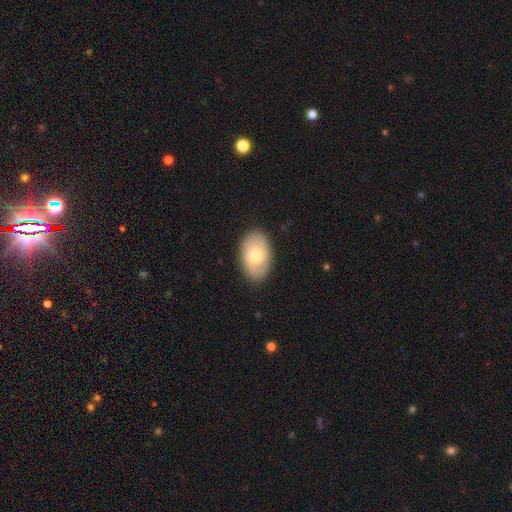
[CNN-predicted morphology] smooth 61%, featured or disk 34%, star or artifact 6%. Down the decision tree: how rounded — in between (90%); merging — none (86%).